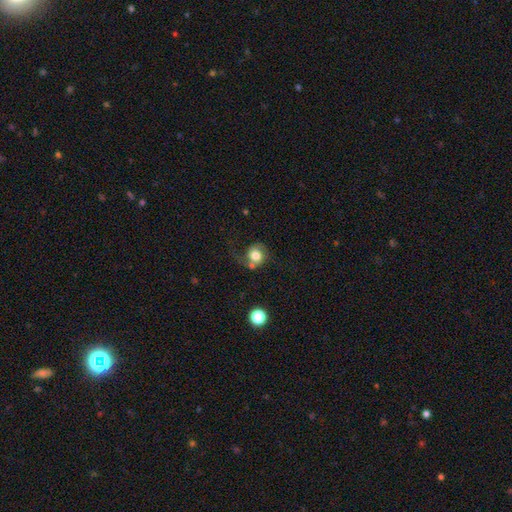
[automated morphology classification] type=smooth (59%); roundness=round (78%); merging=none (43%).